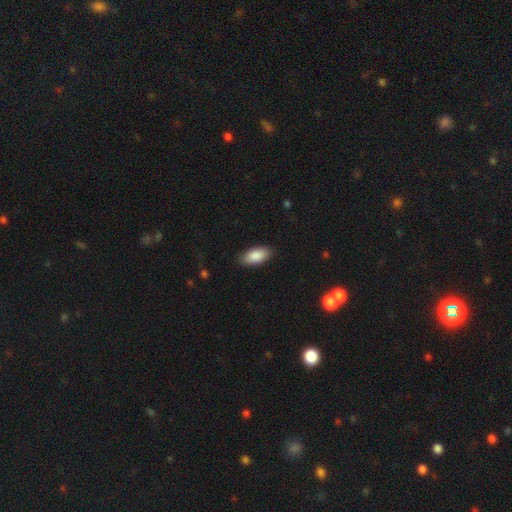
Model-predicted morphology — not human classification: A smooth galaxy with no disk features (88%) that is in between round and cigar-shaped (90%).

Vote fractions:
- Smooth or featured? smooth: 88% / star or artifact: 6% / featured or disk: 6%
- How rounded? in between: 90% / cigar-shaped: 8% / round: 2%
- Merging? none: 87% / minor disturbance: 9% / major disturbance: 2% / merger: 1%